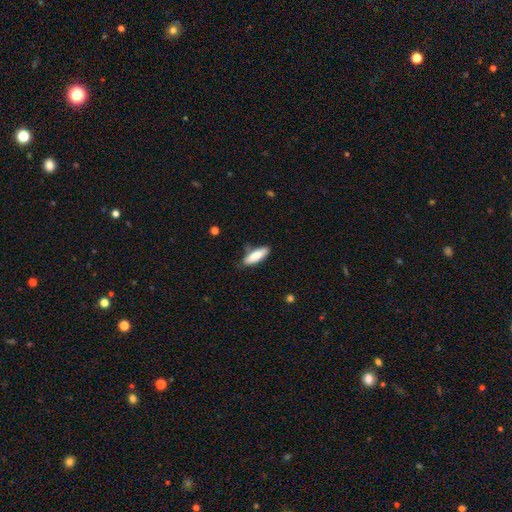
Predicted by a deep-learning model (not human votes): smooth-or-featured: smooth: 82% | featured or disk: 12% | star or artifact: 6%
  how-rounded: in between: 54% | cigar-shaped: 45% | round: 2%
  merging: none: 79% | minor disturbance: 16% | major disturbance: 3% | merger: 2%